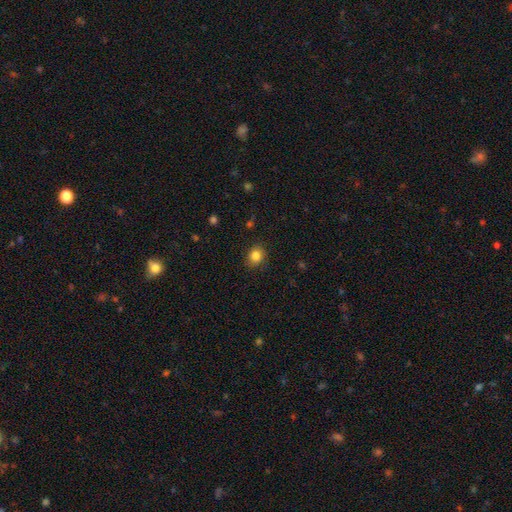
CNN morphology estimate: Smooth or featured?
  - smooth: 84% *
  - star or artifact: 10%
  - featured or disk: 6%
How rounded?
  - round: 66% *
  - in between: 33%
  - cigar-shaped: 1%
Merging?
  - none: 85% *
  - minor disturbance: 11%
  - major disturbance: 3%
  - merger: 1%